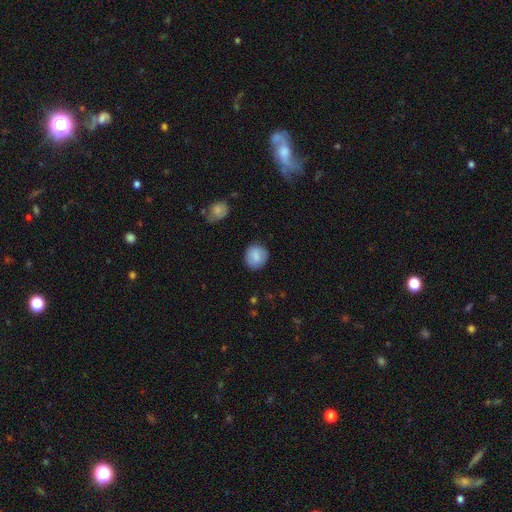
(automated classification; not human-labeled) This appears to be a smooth galaxy with no disk features (83%) that is round (77%). Merging: none (84%).